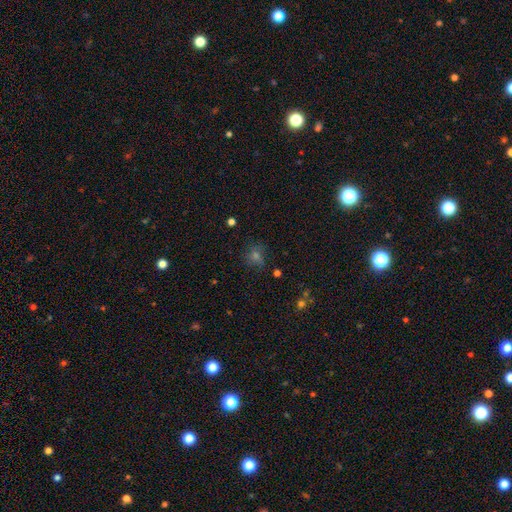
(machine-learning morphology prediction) smooth-or-featured: smooth: 46% | star or artifact: 37% | featured or disk: 17%
  merging: none: 73% | minor disturbance: 16% | major disturbance: 7% | merger: 3%